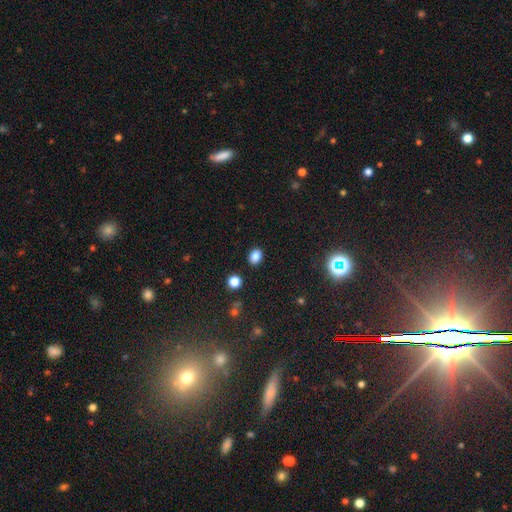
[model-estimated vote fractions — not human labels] A smooth galaxy with no disk features (84%) that is in between round and cigar-shaped (59%). Merging: none (88%).